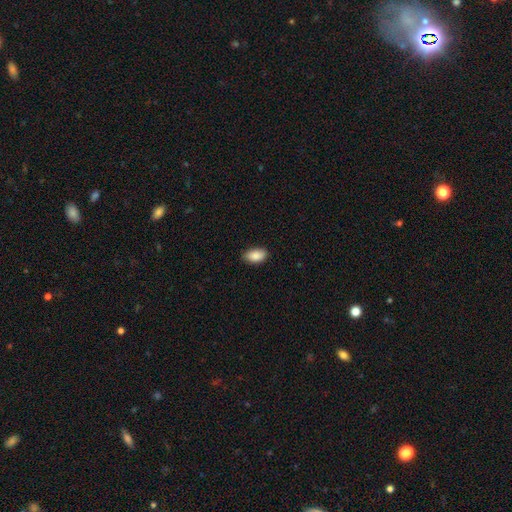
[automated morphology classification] The model was most divided on "merging": none: 86%, minor disturbance: 11%, major disturbance: 2%, merger: 1%. More confident: how rounded — in between (93%); smooth or featured — smooth (89%).